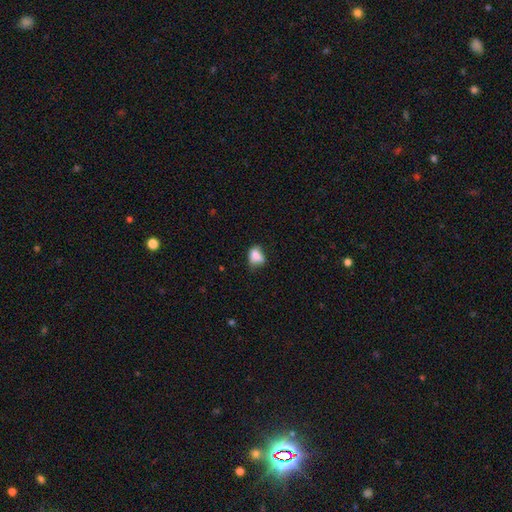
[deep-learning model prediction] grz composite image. It shows a smooth galaxy with no disk features (78%) that is in between round and cigar-shaped (72%). Merging: none (39%).